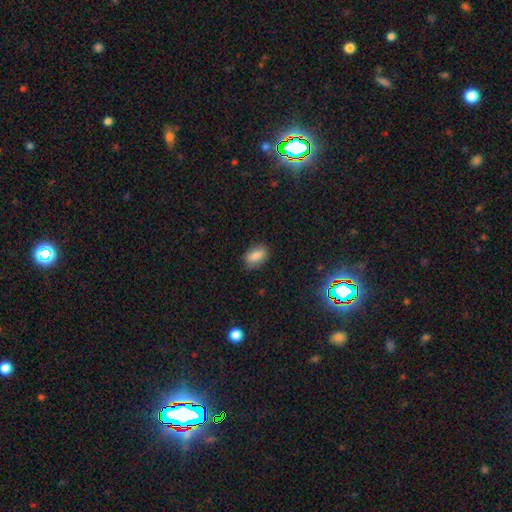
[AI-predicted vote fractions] smooth_or_featured: smooth (p=0.83) [alt: featured or disk p=0.09]
how_rounded: in between (p=0.88) [alt: round p=0.09]
merging: none (p=0.82) [alt: minor disturbance p=0.14]